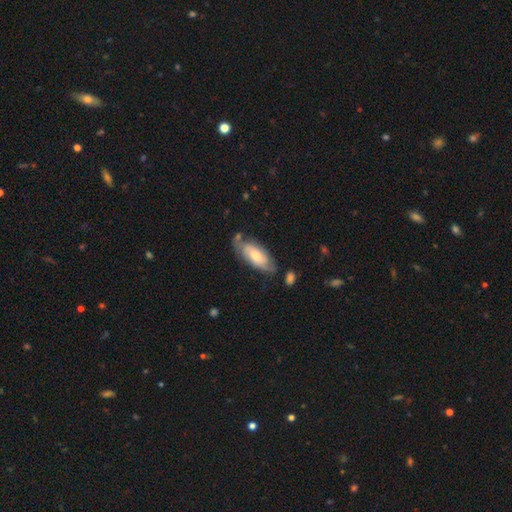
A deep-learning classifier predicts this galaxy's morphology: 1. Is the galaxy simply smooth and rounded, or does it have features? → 51% featured or disk, 44% smooth, 6% star or artifact.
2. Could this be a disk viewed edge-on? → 87% no, 13% yes.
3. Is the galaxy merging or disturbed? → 58% none, 27% minor disturbance, 9% major disturbance, 6% merger.